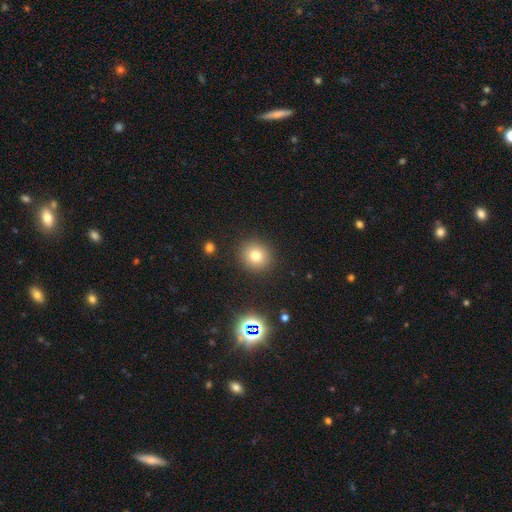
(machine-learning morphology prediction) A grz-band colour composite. It shows a smooth galaxy with no disk features (76%) that is round (86%). Merging: none (89%).